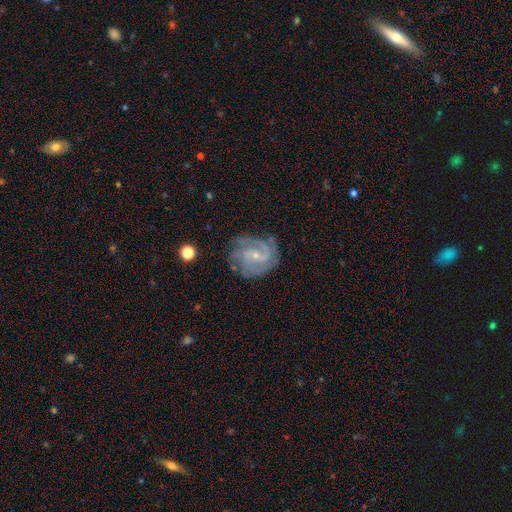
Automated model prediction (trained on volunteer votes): Smooth or featured? Predicted: featured or disk (p=0.87). Edge-on disk? Predicted: no (p=0.98). Bar? Predicted: no (p=0.47). Spiral arms? Predicted: yes (p=0.97). Spiral winding? Predicted: tight (p=0.49). Spiral arm count? Predicted: 2 (p=0.37). Bulge size? Predicted: small (p=0.76). Merging? Predicted: none (p=0.71).